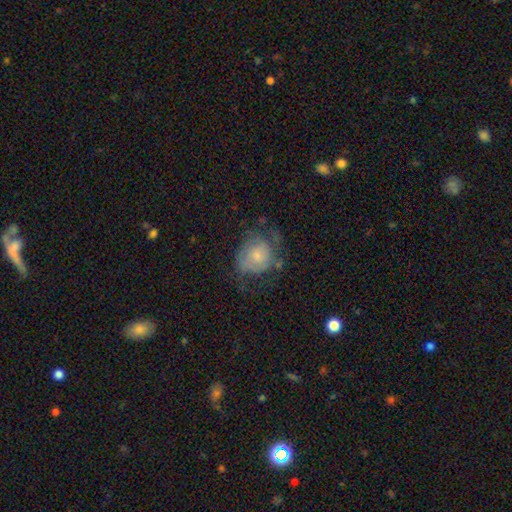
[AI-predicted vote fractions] Smooth or featured? smooth (49%)
Merging? none (49%)